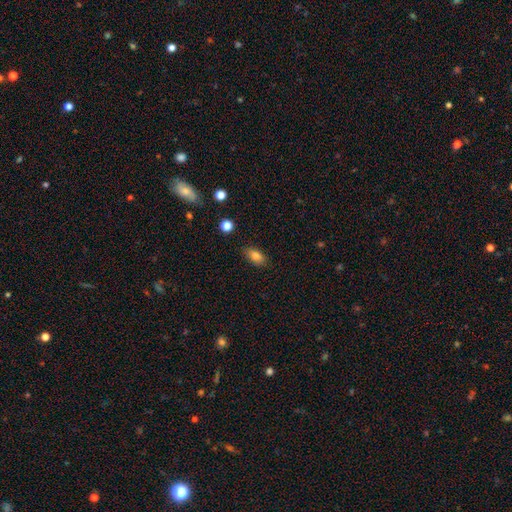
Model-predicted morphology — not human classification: Q: Smooth or featured?
A: smooth (82%); runner-up: star or artifact (10%)
Q: How rounded?
A: in between (88%); runner-up: round (7%)
Q: Merging?
A: none (84%); runner-up: minor disturbance (12%)